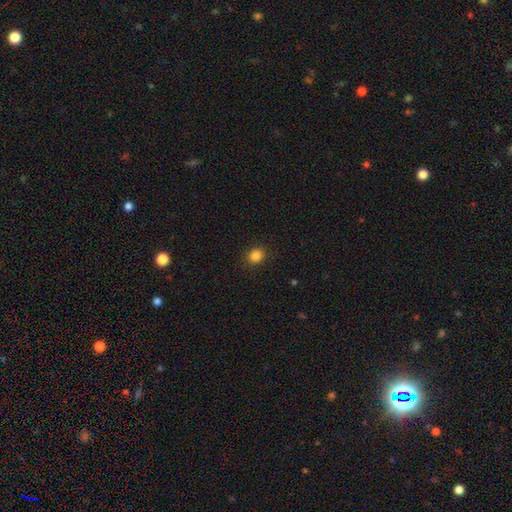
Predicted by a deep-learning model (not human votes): A smooth galaxy with no disk features (85%) that is round (72%).

Vote fractions:
- Smooth or featured? smooth: 85% / star or artifact: 12% / featured or disk: 4%
- How rounded? round: 72% / in between: 28% / cigar-shaped: 1%
- Merging? none: 89% / minor disturbance: 8% / major disturbance: 2% / merger: 1%